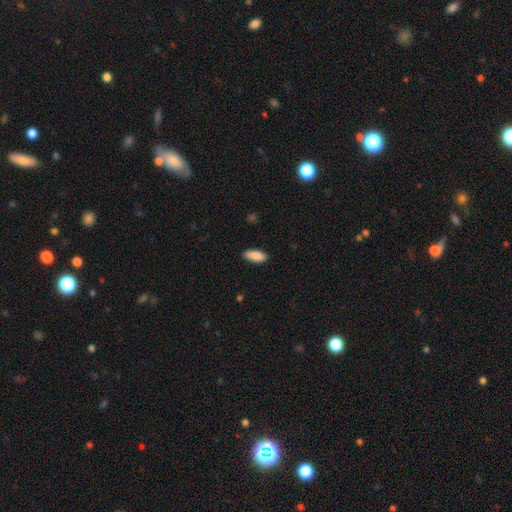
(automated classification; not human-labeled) Smooth or featured? Predicted: smooth (p=0.89). How rounded? Predicted: in between (p=0.83). Merging? Predicted: none (p=0.87).